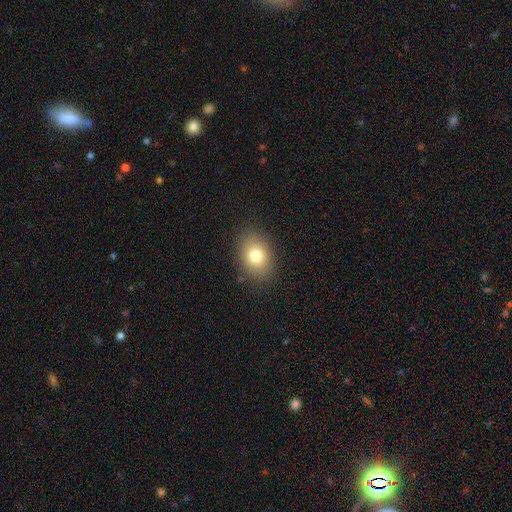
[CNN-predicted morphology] This appears to be a smooth galaxy with no disk features (79%) that is in between round and cigar-shaped (70%). Merging: none (87%).